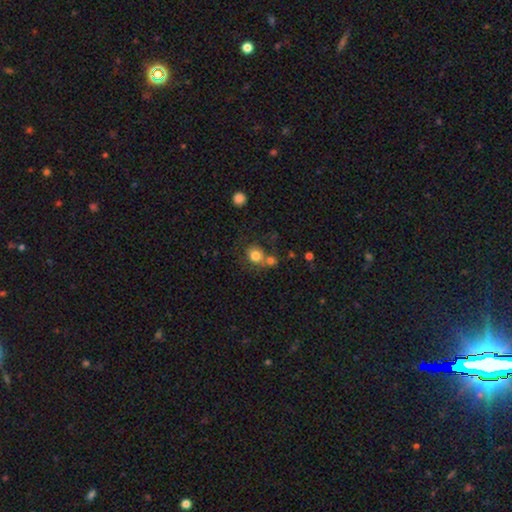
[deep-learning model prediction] Overall: smooth (81%). How rounded: round (77%). Merging: none (52%; merger 32%).